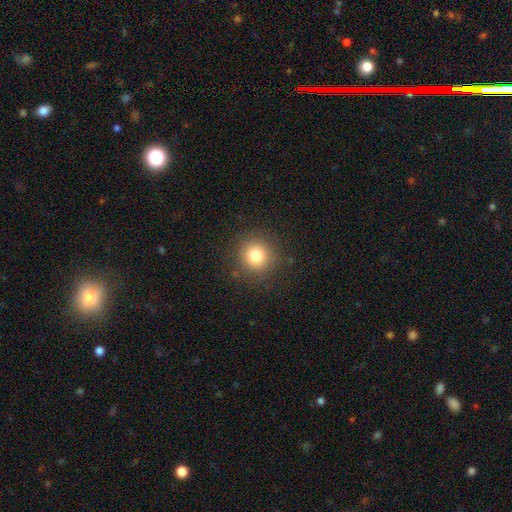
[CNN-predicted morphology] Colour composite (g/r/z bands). It shows a smooth galaxy with no disk features (80%) that is round (94%). Merging: none (89%).